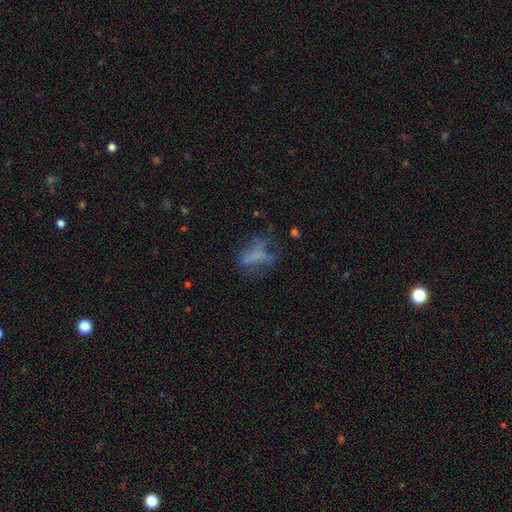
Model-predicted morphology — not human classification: smooth-or-featured: smooth: 43% | featured or disk: 36% | star or artifact: 21%
  merging: none: 41% | major disturbance: 35% | minor disturbance: 20% | merger: 5%